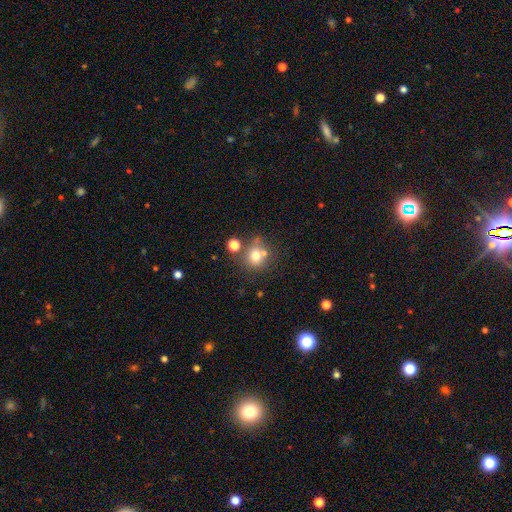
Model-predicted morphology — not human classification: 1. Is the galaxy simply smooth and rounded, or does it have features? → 71% smooth, 15% star or artifact, 15% featured or disk.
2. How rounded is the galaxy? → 83% round, 16% in between, 1% cigar-shaped.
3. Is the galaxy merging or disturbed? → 57% none, 26% merger, 12% minor disturbance, 5% major disturbance.